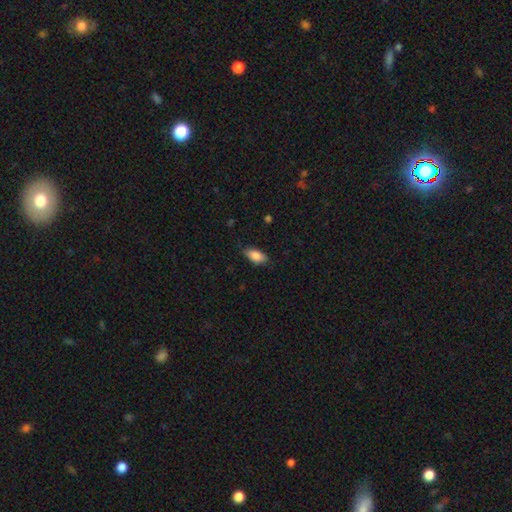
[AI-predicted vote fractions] Overall: smooth (86%). How rounded: in between (89%). Merging: none (76%).